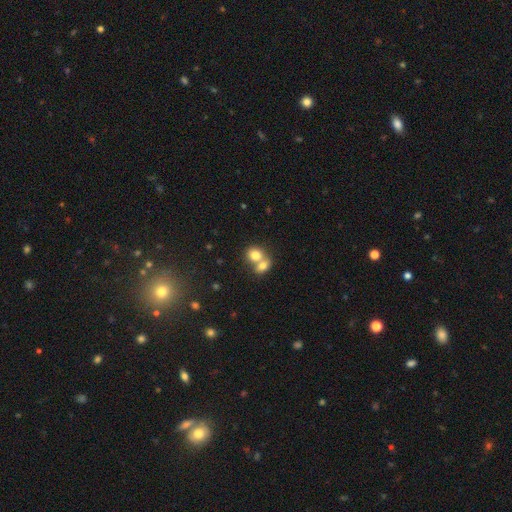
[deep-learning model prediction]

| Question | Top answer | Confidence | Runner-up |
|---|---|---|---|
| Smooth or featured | smooth | 76% | featured or disk (15%) |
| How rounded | round | 56% | in between (43%) |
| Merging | merger | 69% | none (23%) |